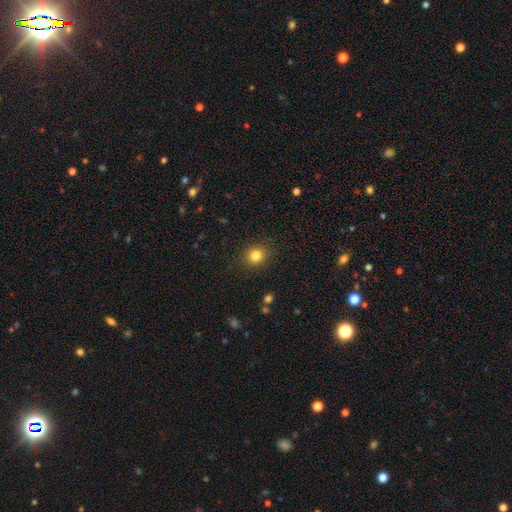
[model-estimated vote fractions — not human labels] Morphology: type=smooth (82%); roundness=round (80%); merging=none (88%).